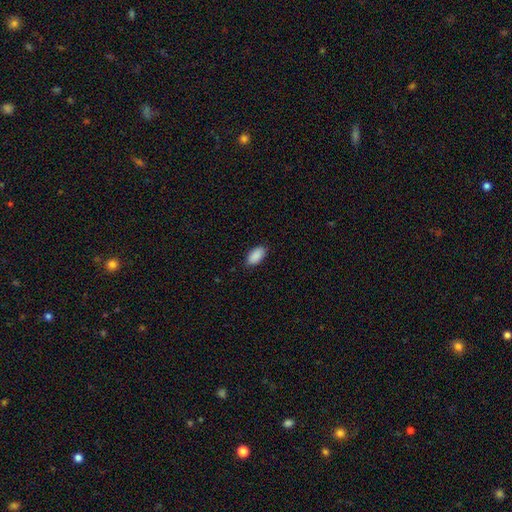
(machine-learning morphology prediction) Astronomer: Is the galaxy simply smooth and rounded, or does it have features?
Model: smooth — 91%.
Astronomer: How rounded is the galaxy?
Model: in between — 95%.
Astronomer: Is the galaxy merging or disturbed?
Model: none — 87%.